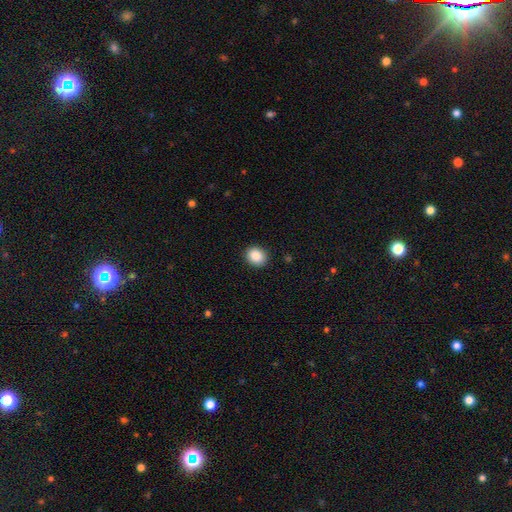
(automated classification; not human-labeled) Smooth or featured?
  - smooth: 86% *
  - star or artifact: 9%
  - featured or disk: 5%
How rounded?
  - round: 70% *
  - in between: 29%
  - cigar-shaped: 1%
Merging?
  - none: 91% *
  - minor disturbance: 6%
  - major disturbance: 2%
  - merger: 1%